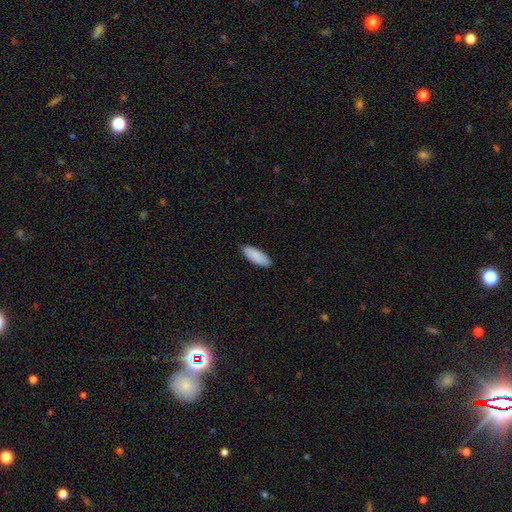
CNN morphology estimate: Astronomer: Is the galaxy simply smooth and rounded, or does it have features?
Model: smooth — 89%.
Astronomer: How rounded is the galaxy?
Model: in between — 74%.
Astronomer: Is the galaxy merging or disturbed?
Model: none — 88%.